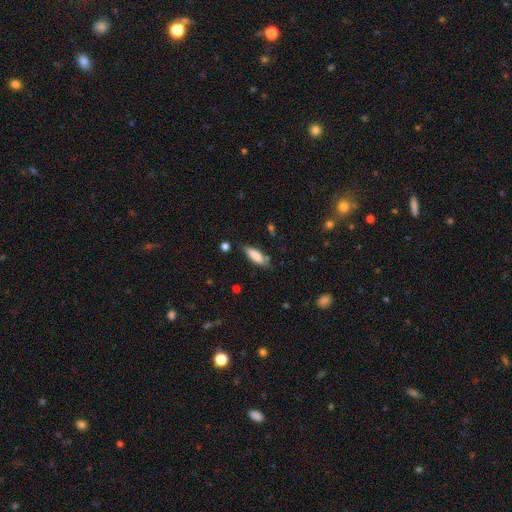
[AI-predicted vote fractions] This is likely a smooth galaxy (80%). How rounded: possibly in between (55%). Merging: likely none (76%).